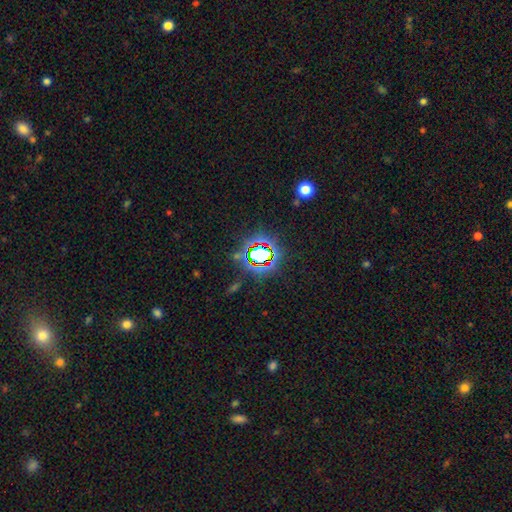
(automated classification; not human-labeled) star or artifact 72%, smooth 19%, featured or disk 10%.